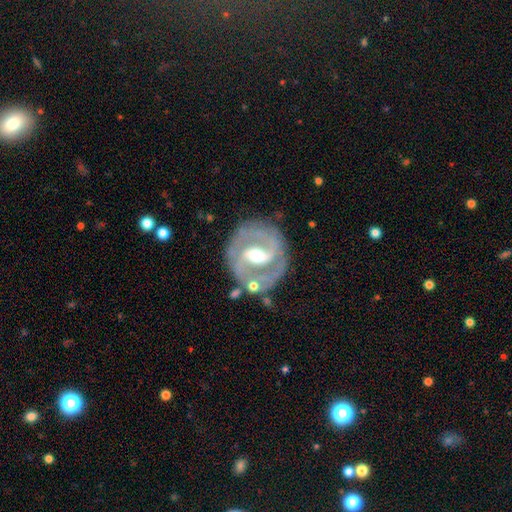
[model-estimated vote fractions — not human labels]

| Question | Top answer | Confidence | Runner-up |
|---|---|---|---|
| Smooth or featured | featured or disk | 86% | smooth (9%) |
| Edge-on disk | no | 96% | yes (4%) |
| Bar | strong | 46% | weak (41%) |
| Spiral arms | yes | 90% | no (10%) |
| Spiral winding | medium | 48% | tight (37%) |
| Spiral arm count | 2 | 82% | can't tell (7%) |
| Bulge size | moderate | 70% | small (21%) |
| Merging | none | 76% | minor disturbance (13%) |